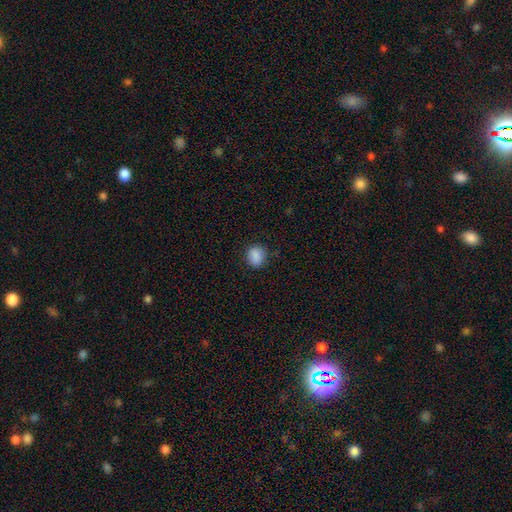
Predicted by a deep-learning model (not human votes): smooth-or-featured: smooth: 87% | star or artifact: 9% | featured or disk: 4%
  how-rounded: round: 59% | in between: 39% | cigar-shaped: 1%
  merging: none: 83% | minor disturbance: 13% | major disturbance: 3% | merger: 1%